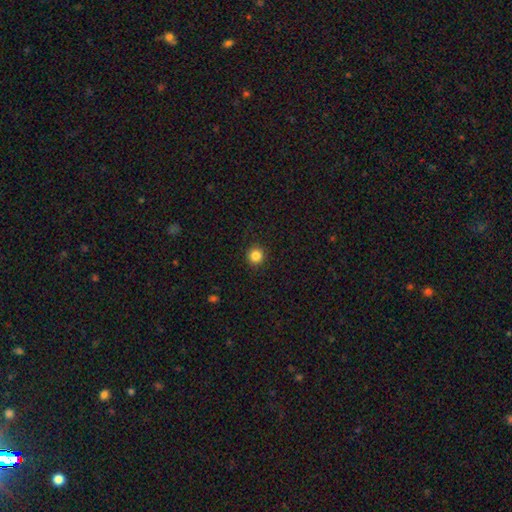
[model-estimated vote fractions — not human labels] This appears to be a smooth galaxy with no disk features (85%) that is round (94%). Merging: none (92%).